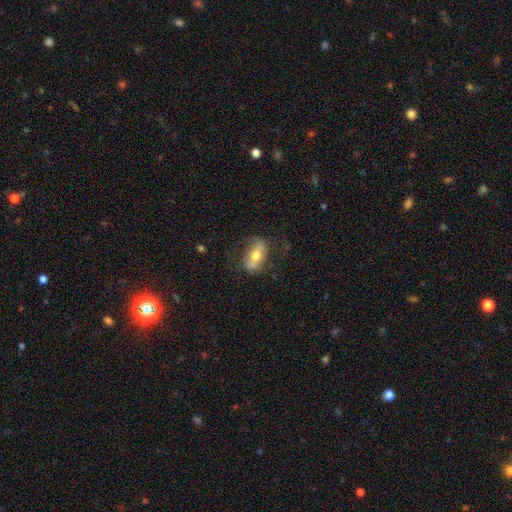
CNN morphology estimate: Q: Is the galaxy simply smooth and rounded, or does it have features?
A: featured or disk — 52%.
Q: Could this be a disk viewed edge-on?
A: no — 79%.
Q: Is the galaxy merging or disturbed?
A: none — 71%.